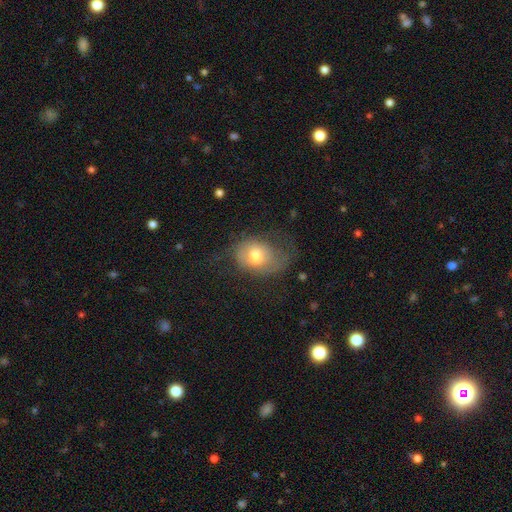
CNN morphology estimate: type=smooth (58%); roundness=in between (62%); merging=none (36%, tied with major disturbance).